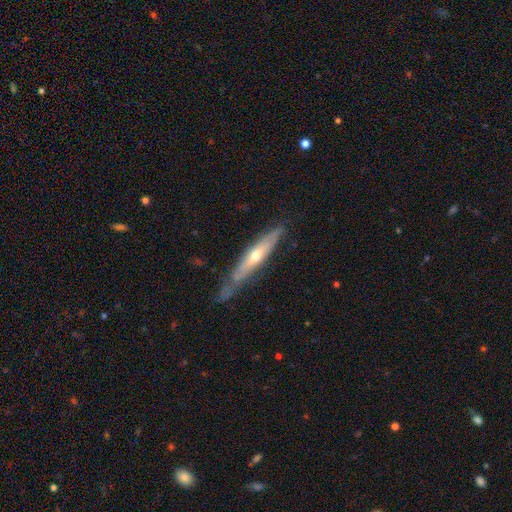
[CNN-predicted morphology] smooth_or_featured: featured or disk (p=0.65) [alt: smooth p=0.29]
disk_edge_on: yes (p=0.78) [alt: no p=0.22]
edge_on_bulge: rounded (p=0.77) [alt: none p=0.20]
merging: none (p=0.63) [alt: minor disturbance p=0.26]